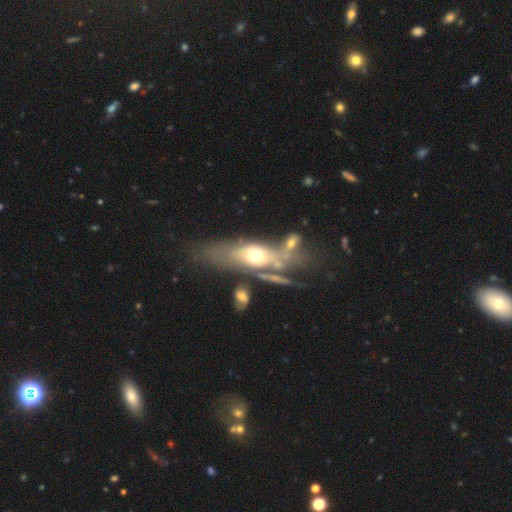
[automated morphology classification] featured or disk 50%, smooth 41%, star or artifact 9%. Down the decision tree: merging — none (32%).